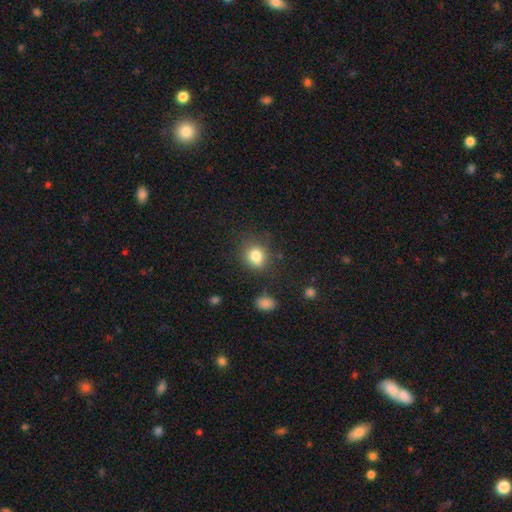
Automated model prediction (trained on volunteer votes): smooth 81%, star or artifact 12%, featured or disk 7%. Down the decision tree: how rounded — round (74%); merging — none (78%).